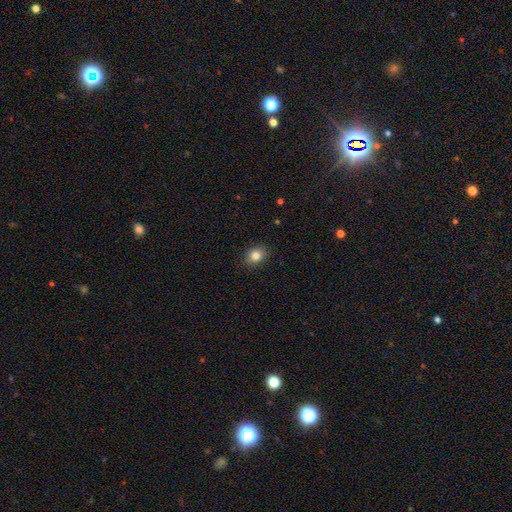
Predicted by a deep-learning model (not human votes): Overall: smooth (83%). How rounded: round (53%; in between 46%). Merging: none (89%).